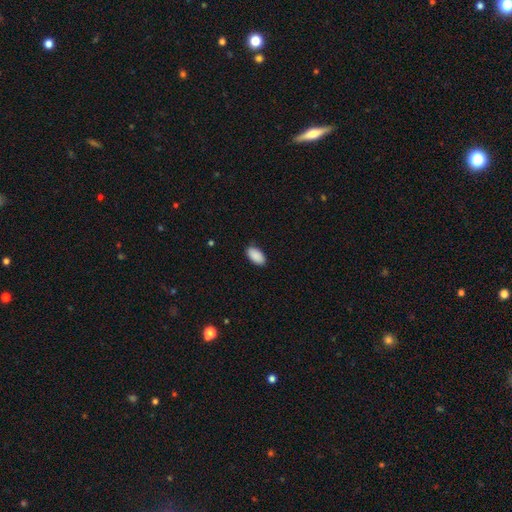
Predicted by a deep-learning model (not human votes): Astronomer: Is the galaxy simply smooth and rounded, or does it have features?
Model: smooth — 91%.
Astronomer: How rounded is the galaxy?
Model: in between — 95%.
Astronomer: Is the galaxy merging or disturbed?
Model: none — 87%.